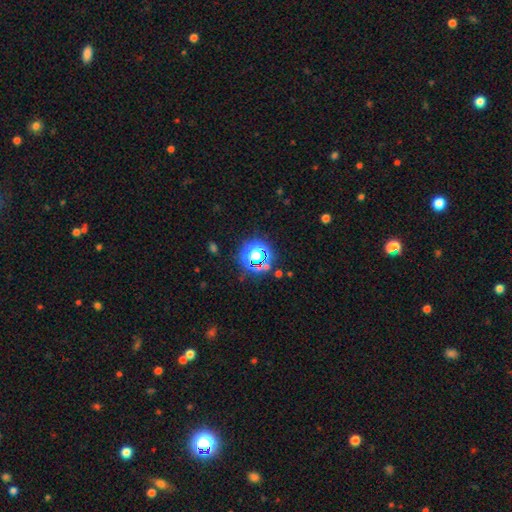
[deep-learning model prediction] Morphology: type=star or artifact (56%).